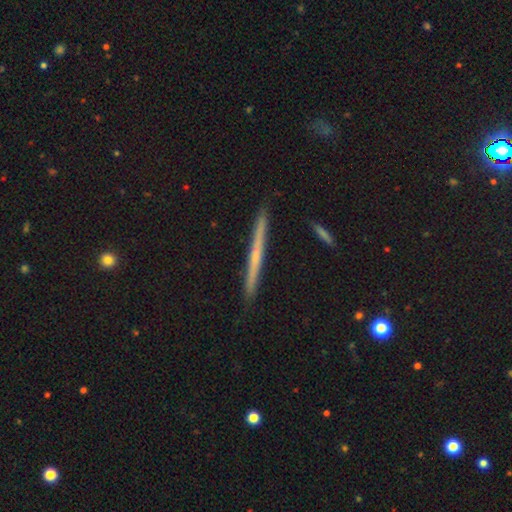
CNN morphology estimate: Q: Smooth or featured?
A: featured or disk (56%); runner-up: smooth (37%)
Q: Edge-on disk?
A: yes (98%); runner-up: no (2%)
Q: Edge-on bulge?
A: none (76%); runner-up: rounded (20%)
Q: Merging?
A: none (92%); runner-up: minor disturbance (6%)